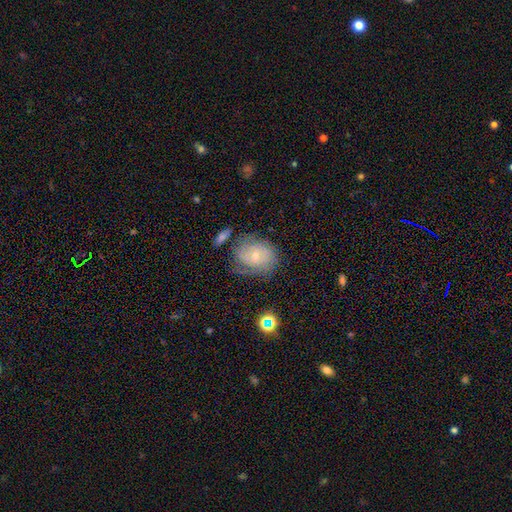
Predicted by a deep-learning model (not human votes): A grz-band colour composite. It shows a featured or disk galaxy (66%) with no bar (75%), tight (64%) spiral arms (86%) and a small central bulge (61%). Merging: none (62%).